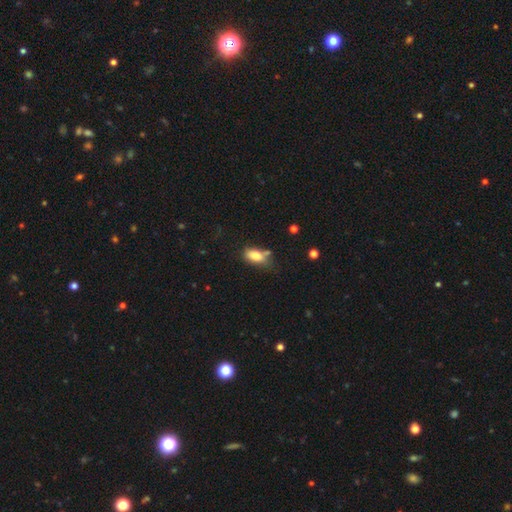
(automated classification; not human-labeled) Smooth or featured? Predicted: smooth (p=0.81). How rounded? Predicted: in between (p=0.88). Merging? Predicted: none (p=0.55).